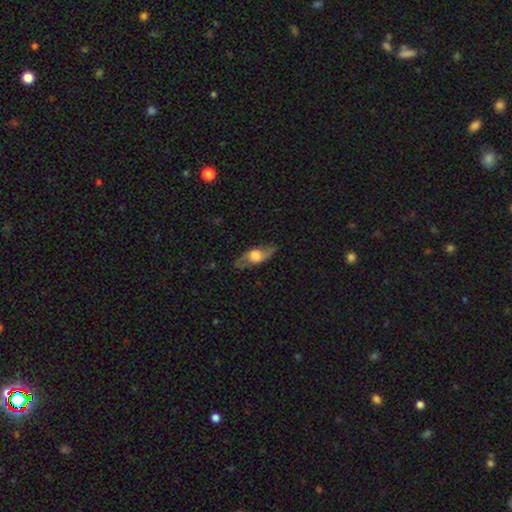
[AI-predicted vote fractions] Smooth or featured? Predicted: featured or disk (p=0.65). Edge-on disk? Predicted: no (p=0.63). Merging? Predicted: none (p=0.80).